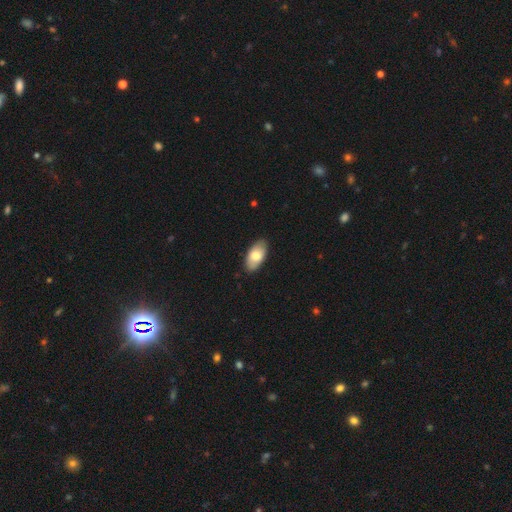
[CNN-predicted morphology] smooth_or_featured: smooth (p=0.76) [alt: featured or disk p=0.18]
how_rounded: in between (p=0.94) [alt: cigar-shaped p=0.03]
merging: none (p=0.86) [alt: minor disturbance p=0.11]